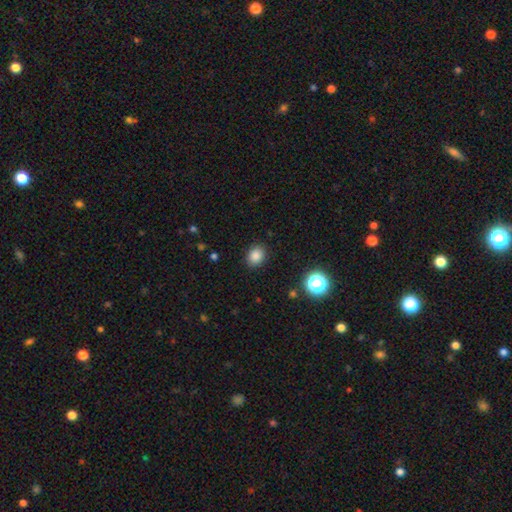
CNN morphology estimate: Smooth or featured? Predicted: smooth (p=0.84). How rounded? Predicted: round (p=0.53). Merging? Predicted: none (p=0.88).